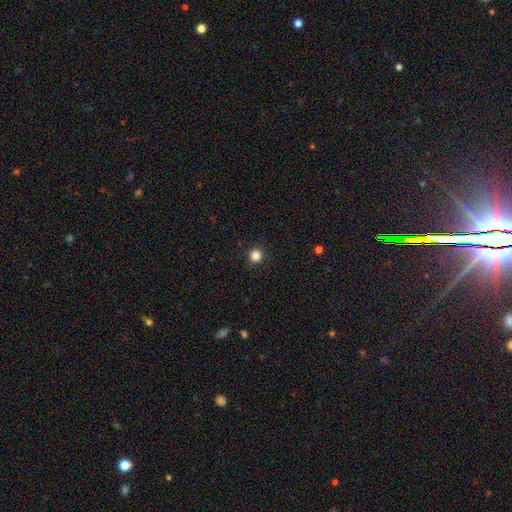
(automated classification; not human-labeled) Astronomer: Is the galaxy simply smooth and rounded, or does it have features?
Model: smooth — 84%.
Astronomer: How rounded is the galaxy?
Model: round — 95%.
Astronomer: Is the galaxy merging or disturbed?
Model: none — 93%.